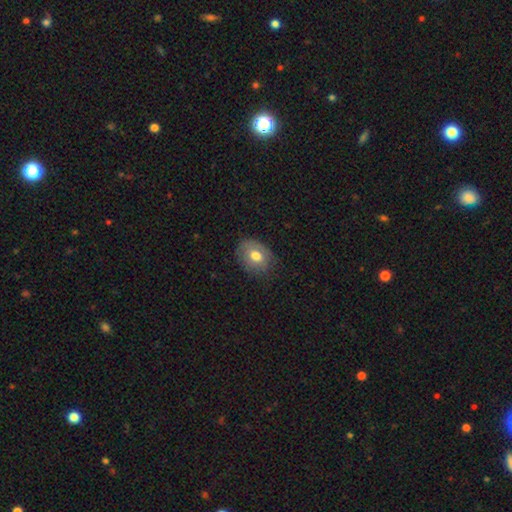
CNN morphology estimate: smooth-or-featured: smooth: 64% | featured or disk: 28% | star or artifact: 8%
  how-rounded: in between: 60% | round: 39% | cigar-shaped: 1%
  merging: none: 69% | minor disturbance: 23% | major disturbance: 7% | merger: 1%